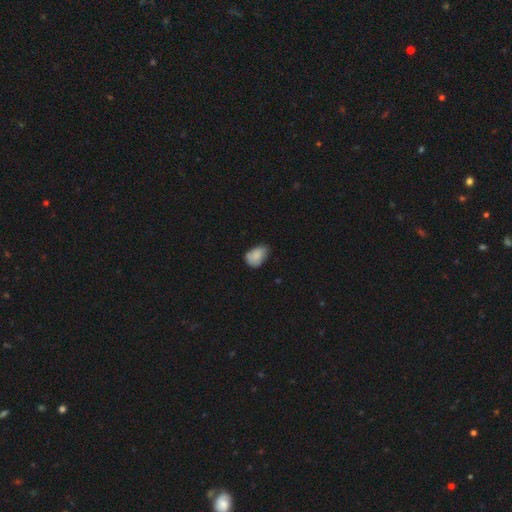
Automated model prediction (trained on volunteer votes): Smooth or featured: smooth — 83% (featured or disk — 9%)
How rounded: in between — 83% (round — 16%)
Merging: none — 53% (minor disturbance — 38%)